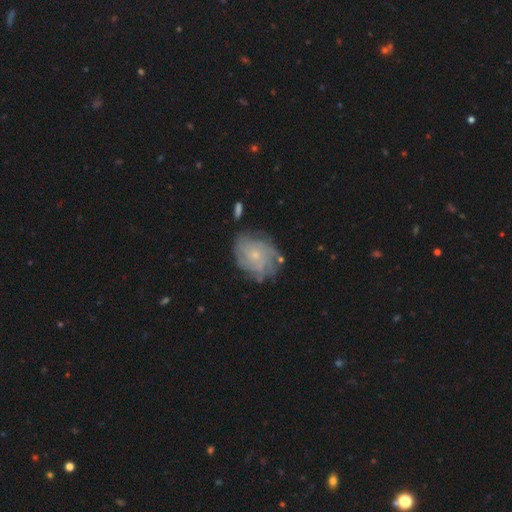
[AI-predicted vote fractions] Overall: featured or disk (75%). Edge-on disk: no (97%). Bar: no (78%). Spiral arms: yes (89%). Spiral arm count: can't tell (44%; 4 19%). Spiral winding: tight (62%; medium 28%). Bulge size: small (75%). Merging: none (67%).